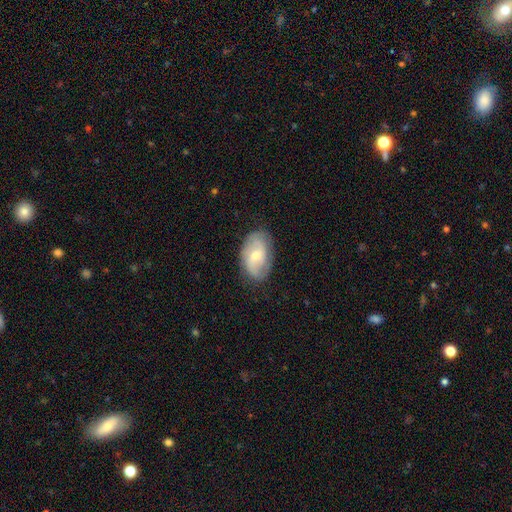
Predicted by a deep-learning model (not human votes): Smooth or featured? Predicted: featured or disk (p=0.58). Edge-on disk? Predicted: no (p=0.95). Bar? Predicted: no (p=0.47). Spiral arms? Predicted: yes (p=0.84). Bulge size? Predicted: moderate (p=0.52). Merging? Predicted: none (p=0.78).